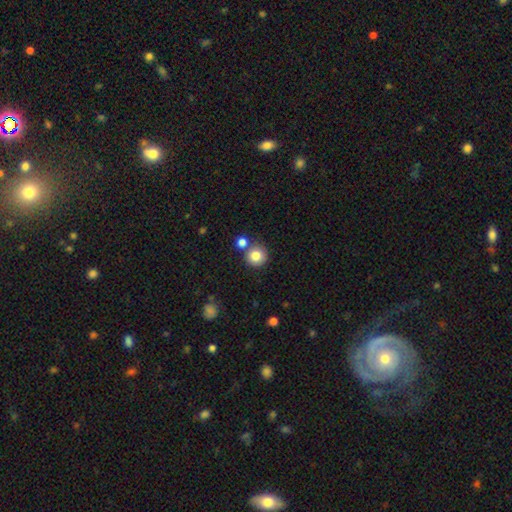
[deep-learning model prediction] smooth_or_featured: smooth (p=0.82) [alt: star or artifact p=0.10]
how_rounded: round (p=0.92) [alt: in between p=0.07]
merging: none (p=0.71) [alt: merger p=0.17]